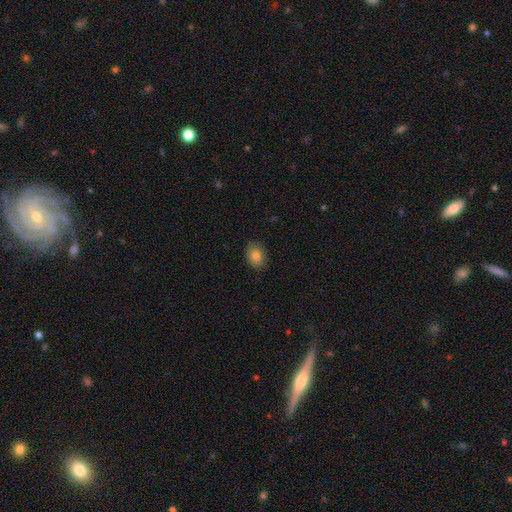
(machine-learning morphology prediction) This appears to be a smooth galaxy with no disk features (82%) that is in between round and cigar-shaped (72%). Merging: none (84%).